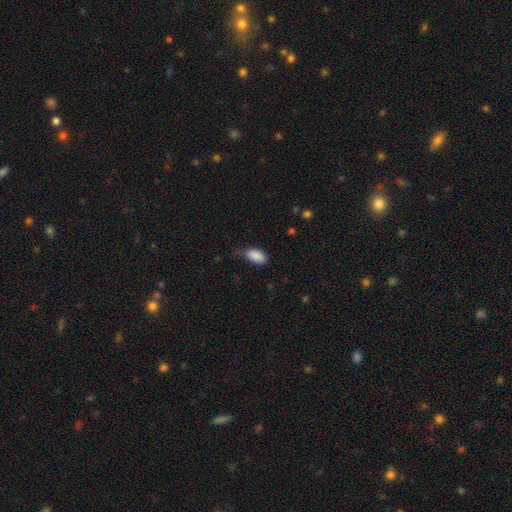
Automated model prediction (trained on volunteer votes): smooth 89%, star or artifact 7%, featured or disk 4%. Down the decision tree: how rounded — in between (94%); merging — none (60%).